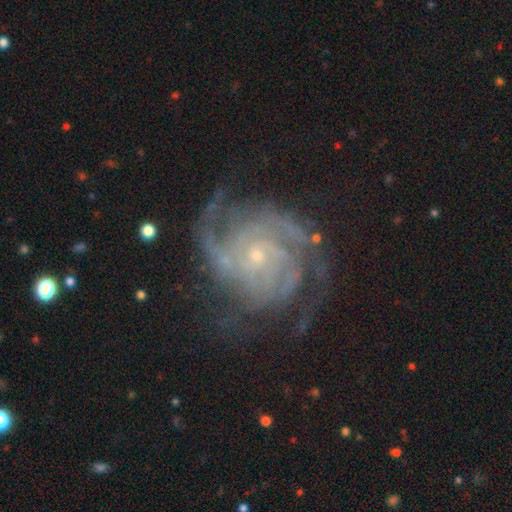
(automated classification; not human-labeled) A featured or disk galaxy (91%) with no bar (74%), 3 (26%) tight (64%) spiral arms (98%) and a small central bulge (80%).

Vote fractions:
- Smooth or featured? featured or disk: 91% / star or artifact: 6% / smooth: 4%
- Edge-on disk? no: 98% / yes: 2%
- Bar? no: 74% / weak: 20% / strong: 5%
- Spiral arms? yes: 98% / no: 2%
- Spiral winding? tight: 64% / medium: 31% / loose: 6%
- Spiral arm count? 3: 26% / 2: 24% / can't tell: 18% / 4: 17% / more than 4: 8% / 1: 7%
- Bulge size? small: 80% / moderate: 16% / none: 2% / large: 1% / dominant: 1%
- Merging? none: 68% / minor disturbance: 18% / major disturbance: 12% / merger: 2%